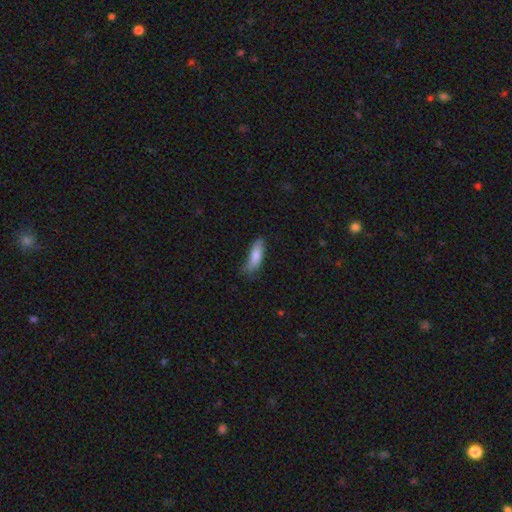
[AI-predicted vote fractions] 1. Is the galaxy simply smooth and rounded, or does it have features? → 81% smooth, 13% featured or disk, 6% star or artifact.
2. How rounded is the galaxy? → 49% in between (tied), 49% cigar-shaped (tied), 2% round.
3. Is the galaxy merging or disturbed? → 64% none, 28% minor disturbance, 6% major disturbance, 2% merger.